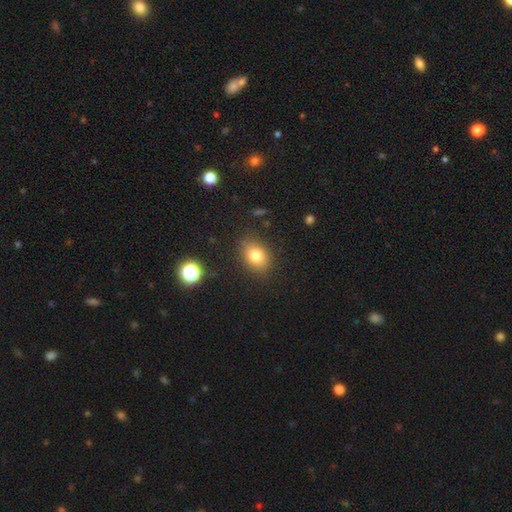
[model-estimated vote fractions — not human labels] A smooth galaxy with no disk features (79%) that is in between round and cigar-shaped (58%).

Vote fractions:
- Smooth or featured? smooth: 79% / star or artifact: 12% / featured or disk: 9%
- How rounded? in between: 58% / round: 40% / cigar-shaped: 1%
- Merging? none: 84% / minor disturbance: 11% / major disturbance: 3% / merger: 2%